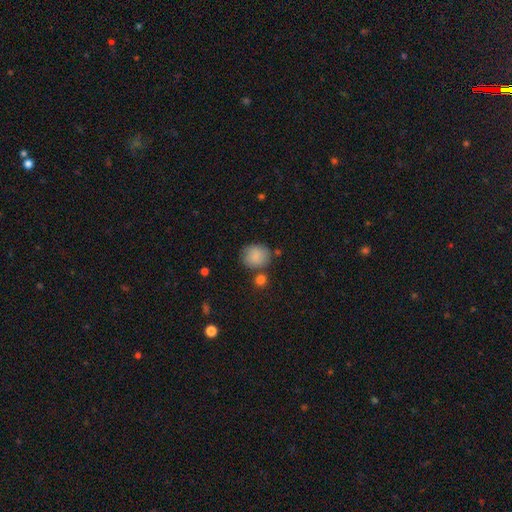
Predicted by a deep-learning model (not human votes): smooth-or-featured: smooth: 83% | featured or disk: 10% | star or artifact: 8%
  how-rounded: round: 76% | in between: 23% | cigar-shaped: 1%
  merging: none: 69% | minor disturbance: 16% | merger: 10% | major disturbance: 5%